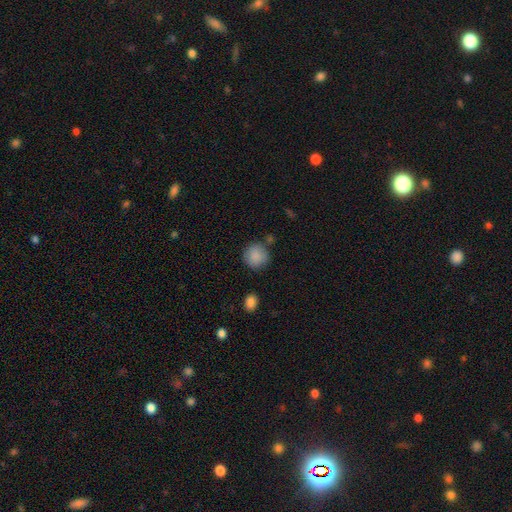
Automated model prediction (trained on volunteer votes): This is clearly a smooth galaxy (87%). How rounded: clearly round (90%). Merging: likely none (78%).